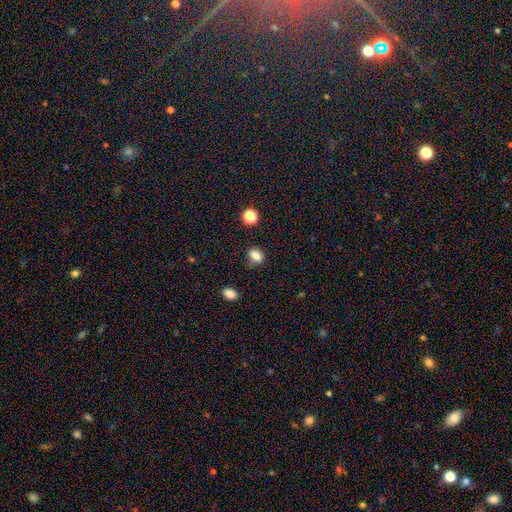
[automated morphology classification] smooth_or_featured: smooth (p=0.82) [alt: star or artifact p=0.12]
how_rounded: in between (p=0.70) [alt: round p=0.28]
merging: none (p=0.75) [alt: minor disturbance p=0.16]